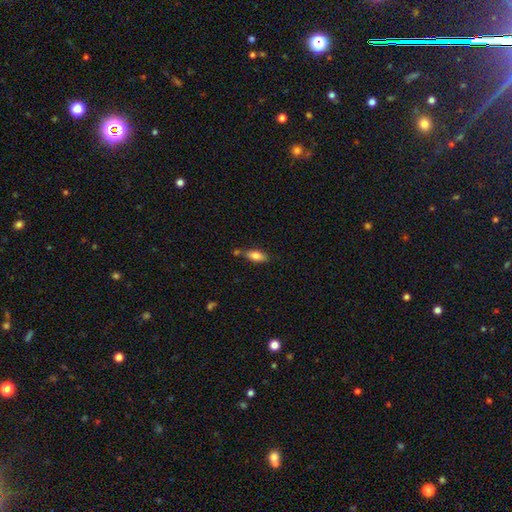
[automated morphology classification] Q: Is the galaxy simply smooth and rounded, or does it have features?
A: smooth — 80%.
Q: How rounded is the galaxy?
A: in between — 81%.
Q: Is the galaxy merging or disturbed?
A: none — 67%.